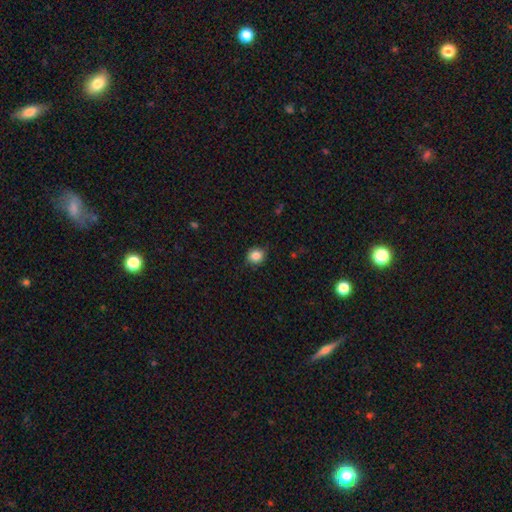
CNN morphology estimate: This appears to be a smooth galaxy with no disk features (85%) that is round (80%). Merging: none (85%).